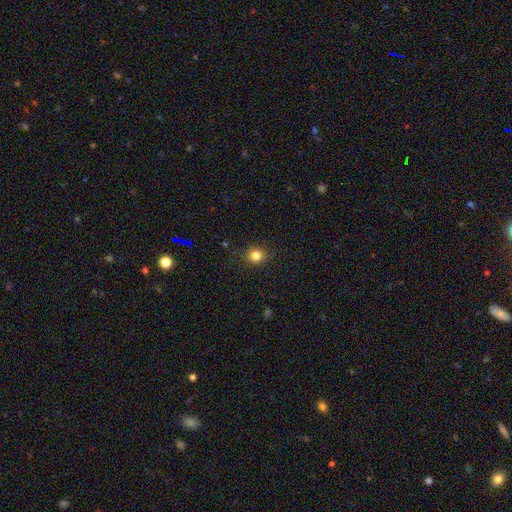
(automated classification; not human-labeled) Overall: smooth (82%). How rounded: round (86%). Merging: none (88%).